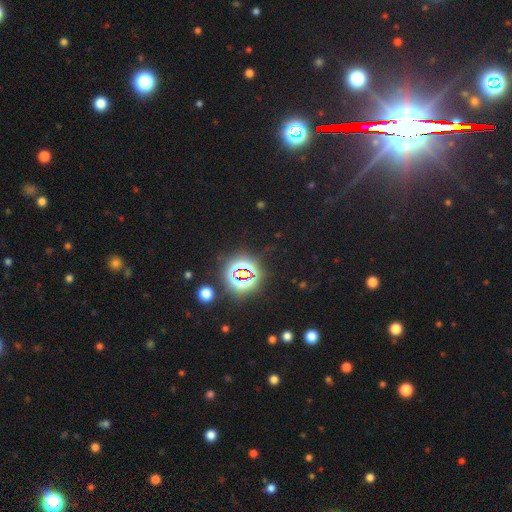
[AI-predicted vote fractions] A star or artifact, not a galaxy (81%).

Vote fractions:
- Smooth or featured? star or artifact: 81% / smooth: 10% / featured or disk: 9%